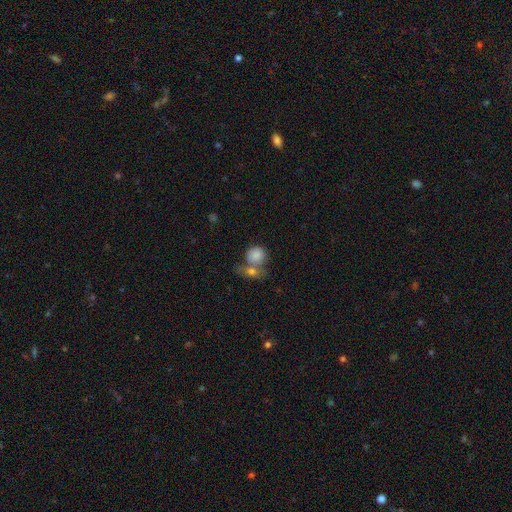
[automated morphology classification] Smooth or featured? smooth (82%)
How rounded? round (77%)
Merging? merger (46%)